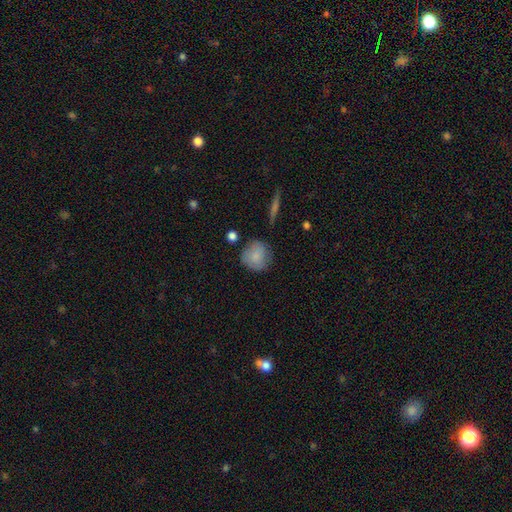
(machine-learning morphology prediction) smooth_or_featured: smooth (p=0.83) [alt: featured or disk p=0.10]
how_rounded: round (p=0.88) [alt: in between p=0.11]
merging: none (p=0.74) [alt: minor disturbance p=0.19]